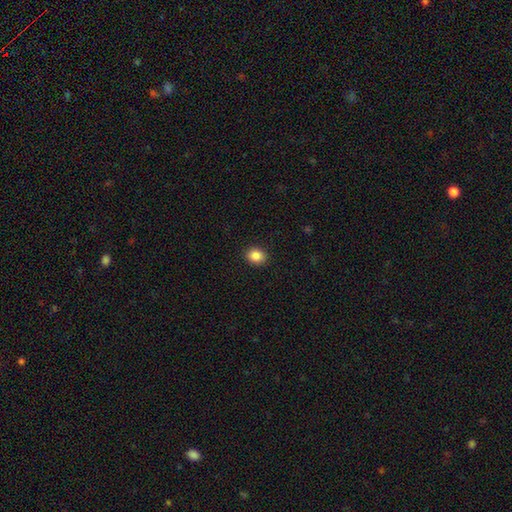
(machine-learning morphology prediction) Smooth or featured?
  - smooth: 86% *
  - star or artifact: 10%
  - featured or disk: 4%
How rounded?
  - round: 62% *
  - in between: 37%
  - cigar-shaped: 1%
Merging?
  - none: 91% *
  - minor disturbance: 6%
  - major disturbance: 2%
  - merger: 1%